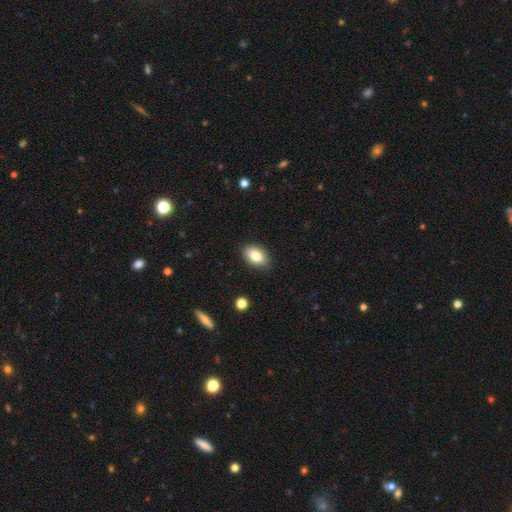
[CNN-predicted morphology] smooth 81%, featured or disk 10%, star or artifact 8%. Down the decision tree: how rounded — in between (85%); merging — none (88%).